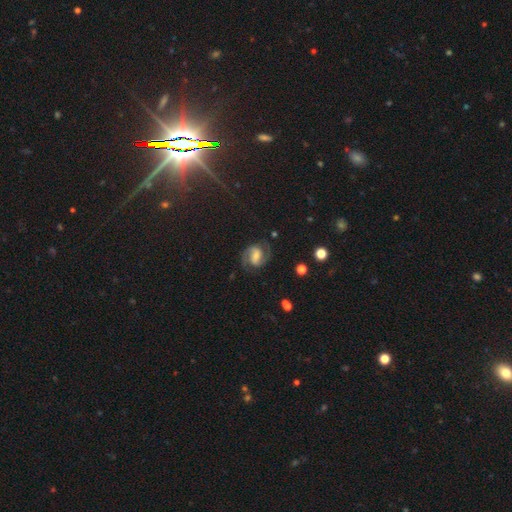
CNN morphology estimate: A featured or disk galaxy (80%) with a weak bar (48%), 2 (93%) medium (58%) spiral arms (96%) and a moderate central bulge (36%). Merging: none (78%).